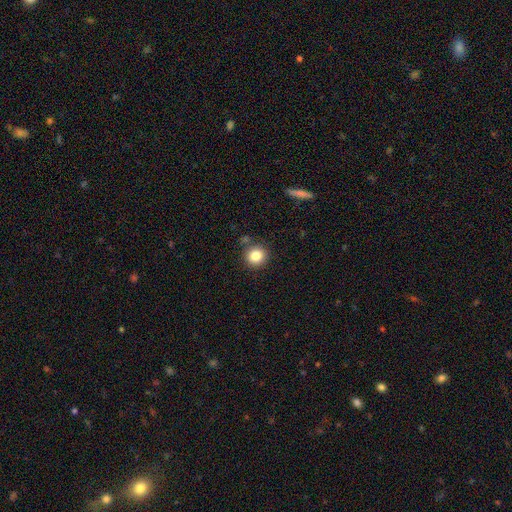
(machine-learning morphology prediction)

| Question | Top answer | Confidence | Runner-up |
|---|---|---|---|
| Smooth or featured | smooth | 83% | star or artifact (11%) |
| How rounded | round | 92% | in between (7%) |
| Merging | none | 85% | minor disturbance (8%) |